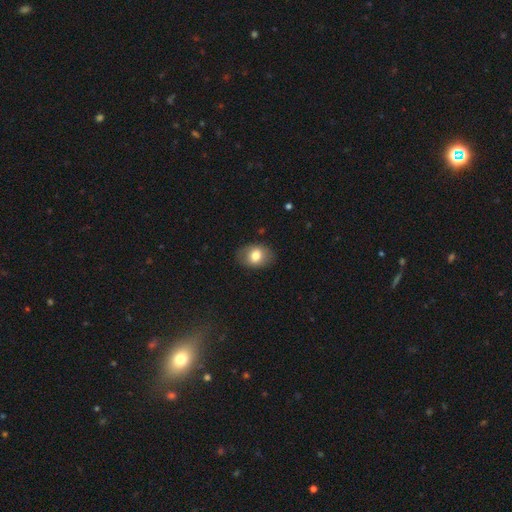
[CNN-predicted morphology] This is likely a smooth galaxy (76%). How rounded: likely in between (70%). Merging: clearly none (82%).